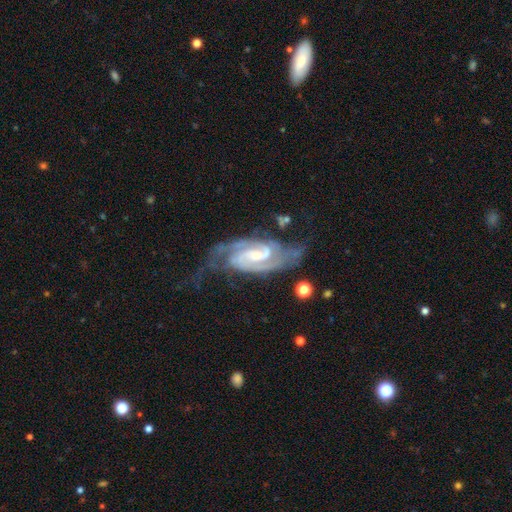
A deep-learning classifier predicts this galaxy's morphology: A featured or disk galaxy (92%) with a weak bar (49%), 2 (85%) tight (48%) spiral arms (98%) and a small central bulge (53%). Merging: none (60%).